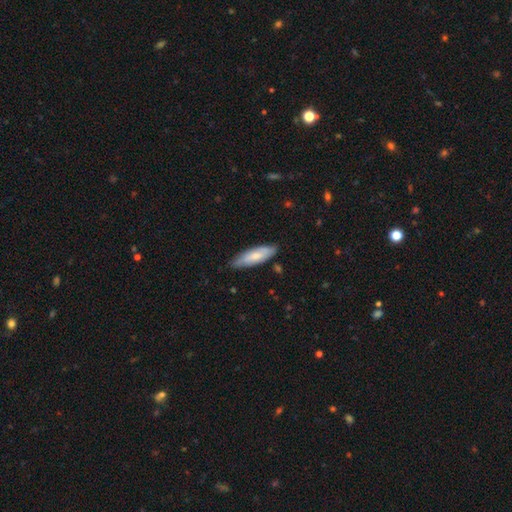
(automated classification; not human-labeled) A smooth galaxy with no disk features (68%) that is cigar-shaped (50%). Merging: none (79%).